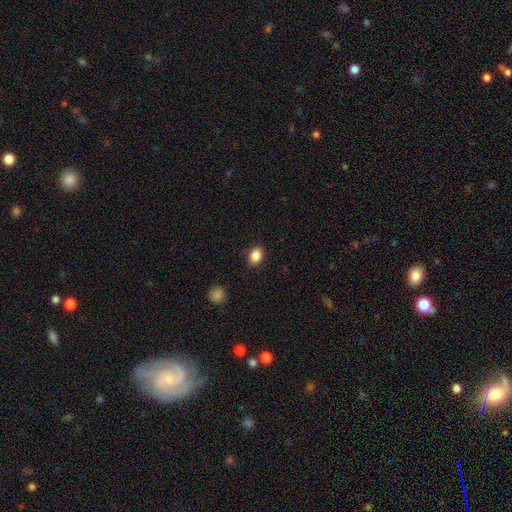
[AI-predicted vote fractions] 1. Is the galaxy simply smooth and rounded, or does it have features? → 87% smooth, 9% star or artifact, 4% featured or disk.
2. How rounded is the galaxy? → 67% in between, 31% round, 1% cigar-shaped.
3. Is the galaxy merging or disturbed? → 87% none, 10% minor disturbance, 2% major disturbance, 1% merger.